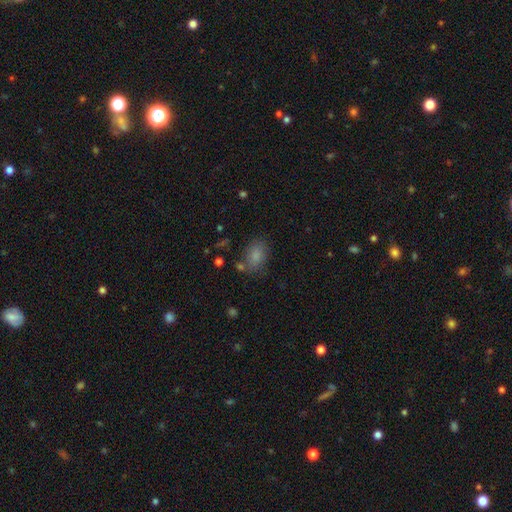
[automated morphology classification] smooth-or-featured: smooth: 82% | star or artifact: 10% | featured or disk: 8%
  how-rounded: in between: 78% | round: 21% | cigar-shaped: 1%
  merging: none: 68% | minor disturbance: 18% | merger: 8% | major disturbance: 6%